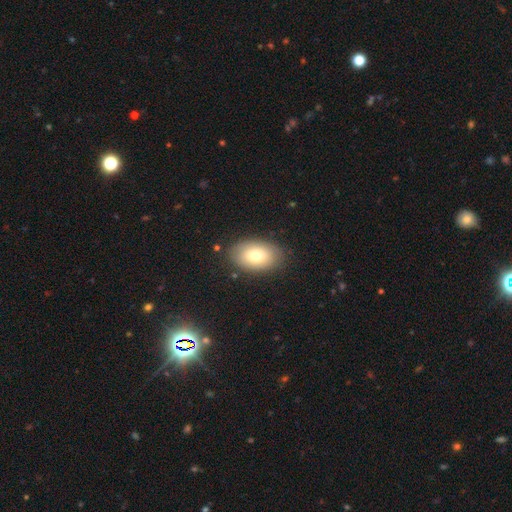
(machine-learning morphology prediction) type=smooth (76%); roundness=in between (90%); merging=none (84%).